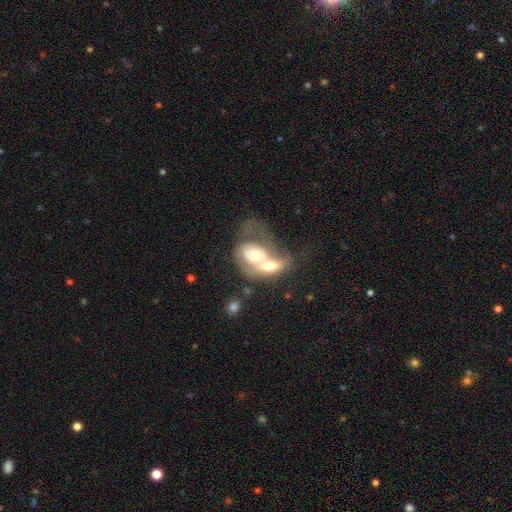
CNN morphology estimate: The model was most divided on "smooth or featured": smooth: 47%, featured or disk: 46%, star or artifact: 7%. More confident: merging — merger (77%).